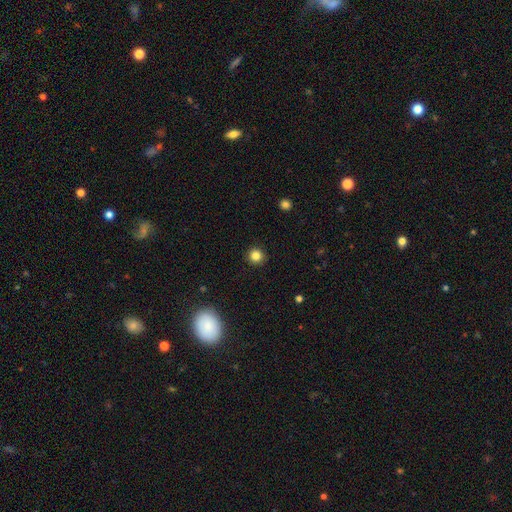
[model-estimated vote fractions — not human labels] A smooth galaxy with no disk features (83%) that is round (94%). Merging: none (92%).